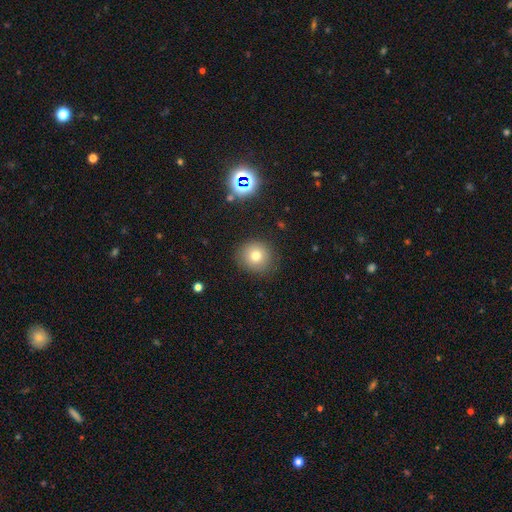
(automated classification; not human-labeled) Morphology: type=smooth (75%); roundness=round (88%); merging=none (84%).